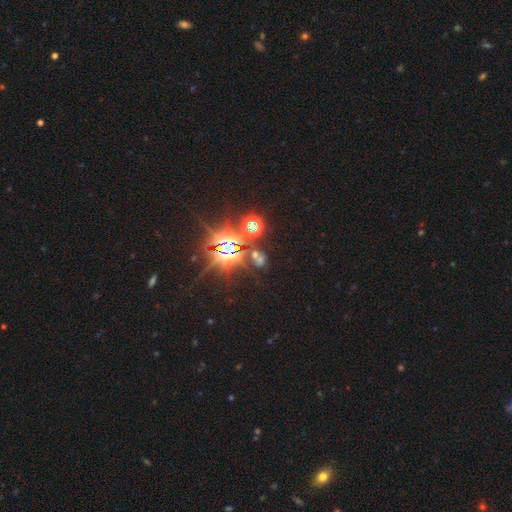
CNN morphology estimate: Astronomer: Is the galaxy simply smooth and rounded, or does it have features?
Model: star or artifact — 78%.